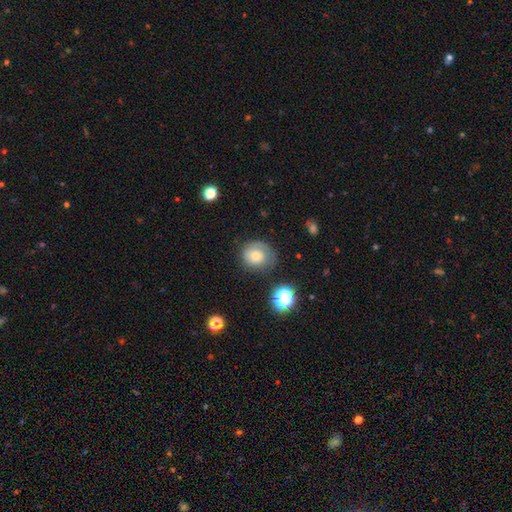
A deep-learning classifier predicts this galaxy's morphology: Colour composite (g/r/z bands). It shows a smooth galaxy with no disk features (59%) that is round (77%). Merging: none (62%).